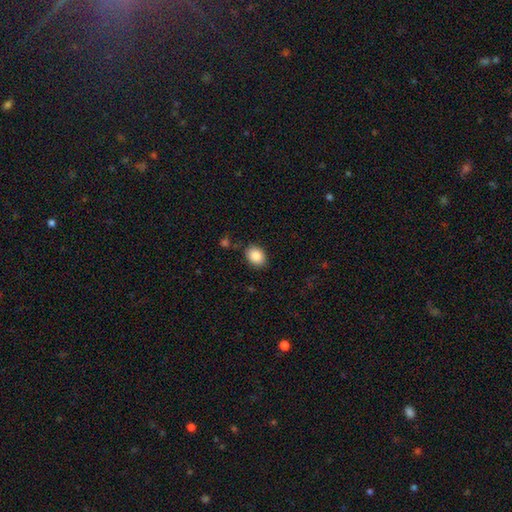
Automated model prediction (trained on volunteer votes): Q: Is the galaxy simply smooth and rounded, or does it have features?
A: smooth — 87%.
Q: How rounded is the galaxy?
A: in between — 68%.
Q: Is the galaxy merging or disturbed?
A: none — 85%.